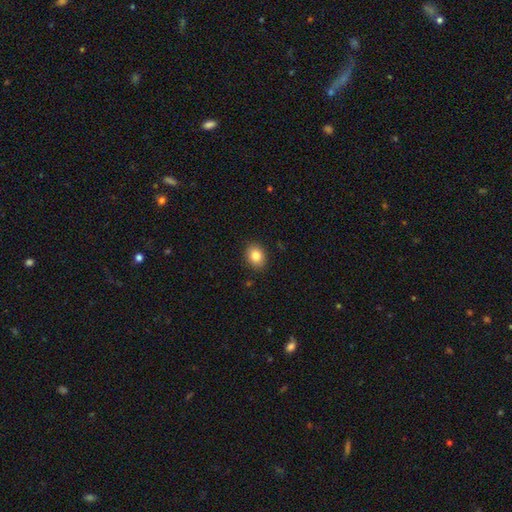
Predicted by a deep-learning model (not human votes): smooth_or_featured: smooth (p=0.84) [alt: star or artifact p=0.09]
how_rounded: in between (p=0.55) [alt: round p=0.45]
merging: none (p=0.89) [alt: minor disturbance p=0.08]